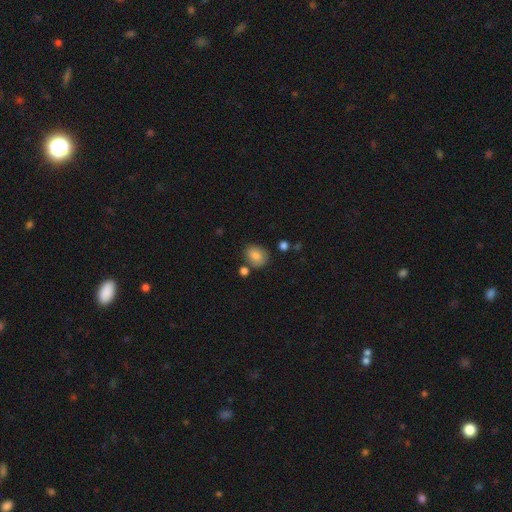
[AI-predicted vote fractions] Morphology: type=smooth (82%); roundness=in between (58%); merging=none (71%).